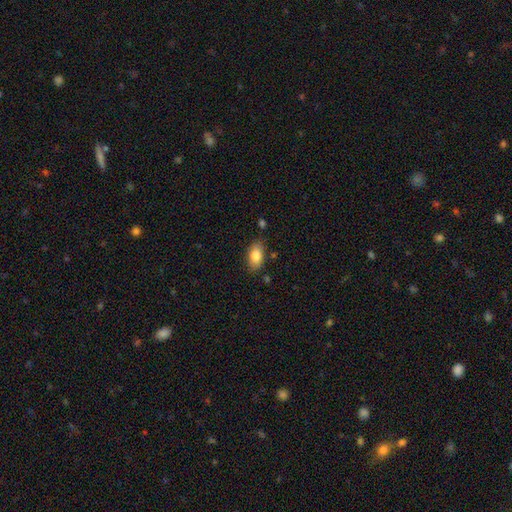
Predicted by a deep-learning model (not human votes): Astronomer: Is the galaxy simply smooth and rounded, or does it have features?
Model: smooth — 83%.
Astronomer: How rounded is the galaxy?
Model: in between — 91%.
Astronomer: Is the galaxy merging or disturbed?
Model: none — 81%.